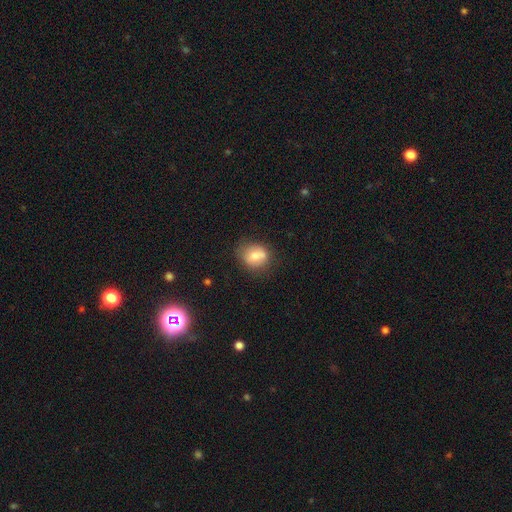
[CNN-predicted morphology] Smooth or featured? smooth (71%)
How rounded? round (68%)
Merging? none (57%)